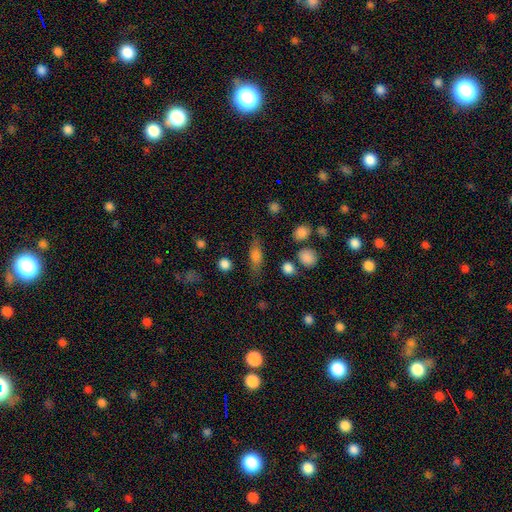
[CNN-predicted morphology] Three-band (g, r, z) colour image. It shows a smooth galaxy with no disk features (71%) that is in between round and cigar-shaped (60%). Merging: none (74%).